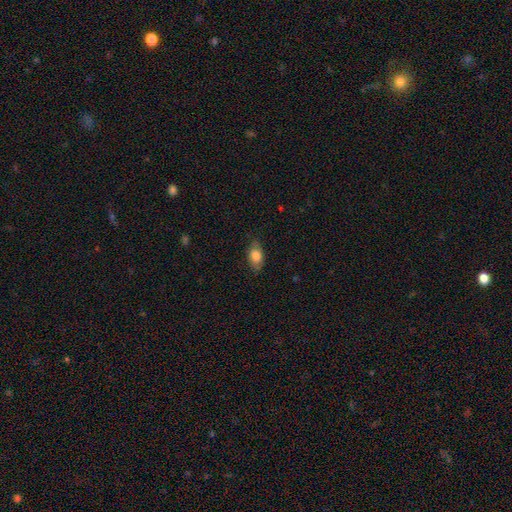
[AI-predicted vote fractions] Morphology: type=smooth (80%); roundness=in between (90%); merging=none (78%).